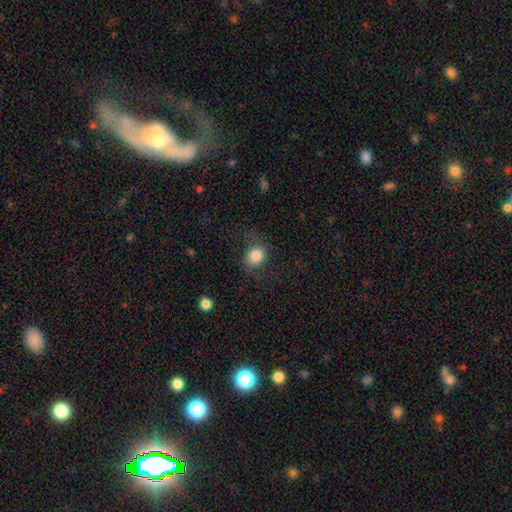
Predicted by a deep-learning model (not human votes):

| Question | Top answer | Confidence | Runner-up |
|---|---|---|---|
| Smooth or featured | smooth | 81% | featured or disk (10%) |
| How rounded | round | 64% | in between (35%) |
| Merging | none | 71% | minor disturbance (17%) |